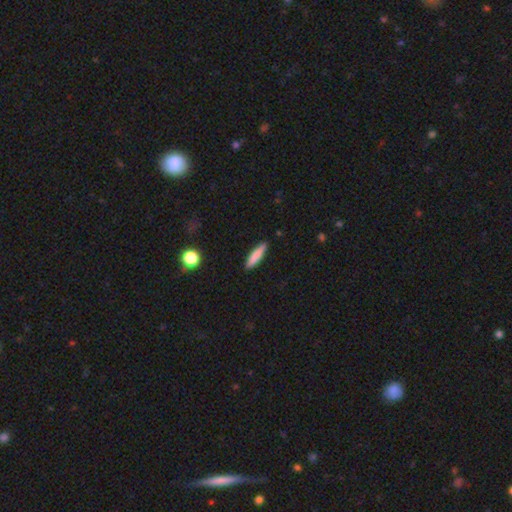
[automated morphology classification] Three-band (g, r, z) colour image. It shows a smooth galaxy with no disk features (80%) that is cigar-shaped (82%). Merging: none (88%).